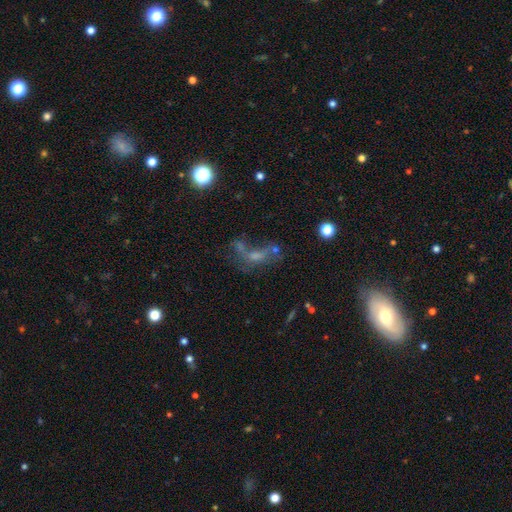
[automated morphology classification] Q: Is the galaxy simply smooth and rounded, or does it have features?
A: featured or disk — 39%.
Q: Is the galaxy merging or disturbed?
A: none — 32%.